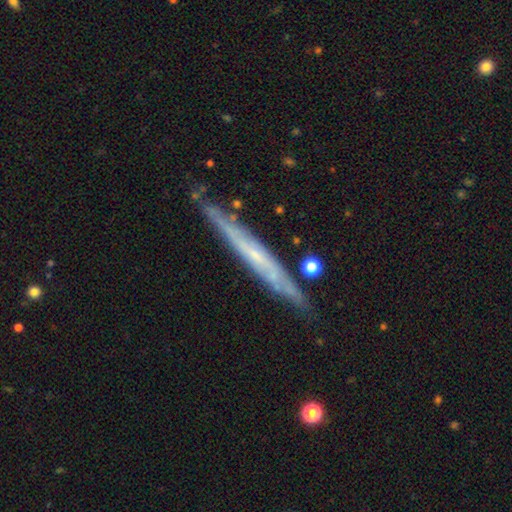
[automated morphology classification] type=featured or disk (70%); edge-on=yes (88%); edge-on bulge=none (73%); merging=none (79%).